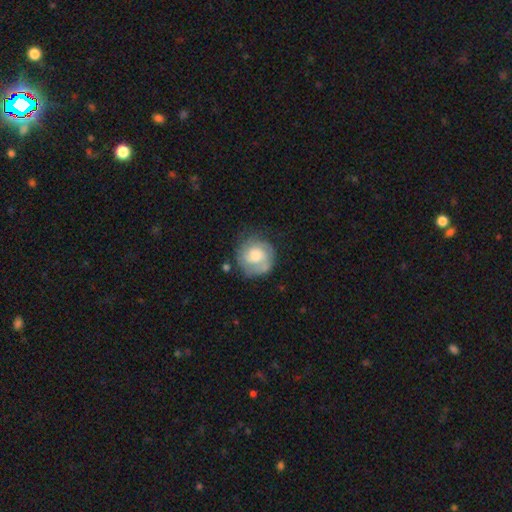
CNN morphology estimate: This is likely a featured or disk galaxy (65%). It is clearly not viewed edge-on (98%). Bar: likely no (71%). Spiral arm pattern: clearly yes (88%). Spiral arm count: marginally 2 (44%). Spiral winding: likely tight (62%). Central bulge: possibly moderate (46%). Merging: likely none (69%).